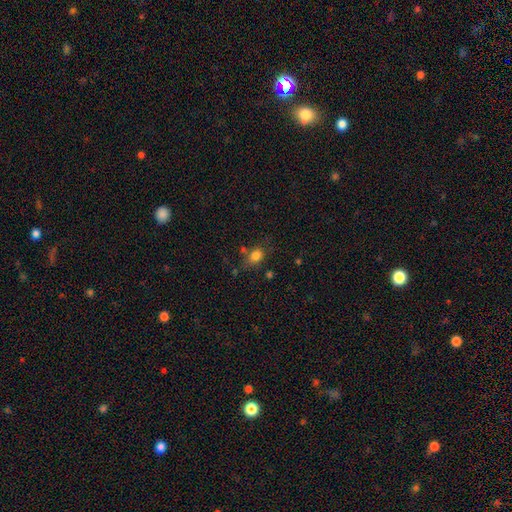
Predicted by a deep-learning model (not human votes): A smooth galaxy with no disk features (80%) that is in between round and cigar-shaped (58%). Merging: none (64%).